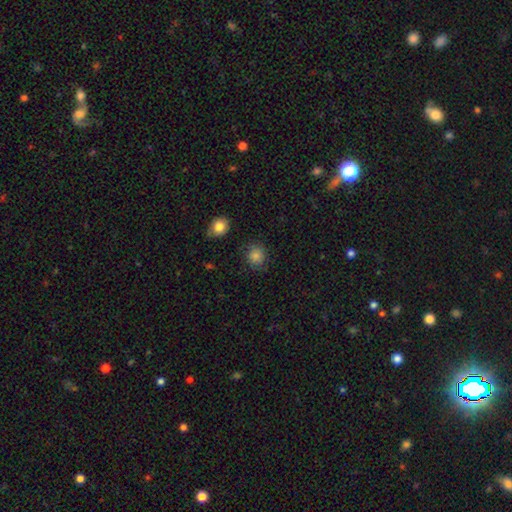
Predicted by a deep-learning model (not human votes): Smooth or featured?
  - smooth: 84% *
  - star or artifact: 11%
  - featured or disk: 6%
How rounded?
  - round: 80% *
  - in between: 19%
  - cigar-shaped: 1%
Merging?
  - none: 81% *
  - minor disturbance: 14%
  - major disturbance: 4%
  - merger: 2%